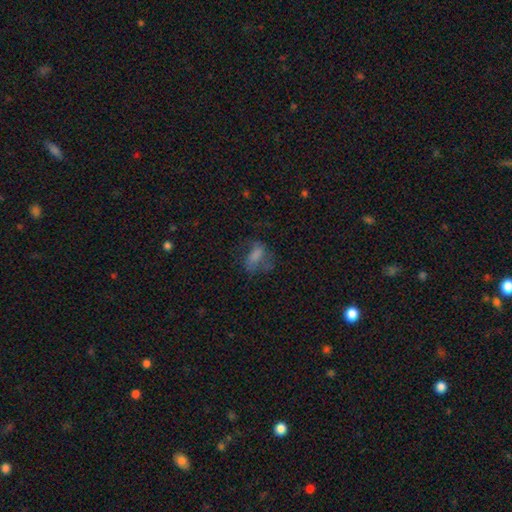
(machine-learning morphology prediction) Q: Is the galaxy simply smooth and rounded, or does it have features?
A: smooth — 58%.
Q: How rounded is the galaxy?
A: in between — 81%.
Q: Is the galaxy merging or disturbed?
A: none — 42%.